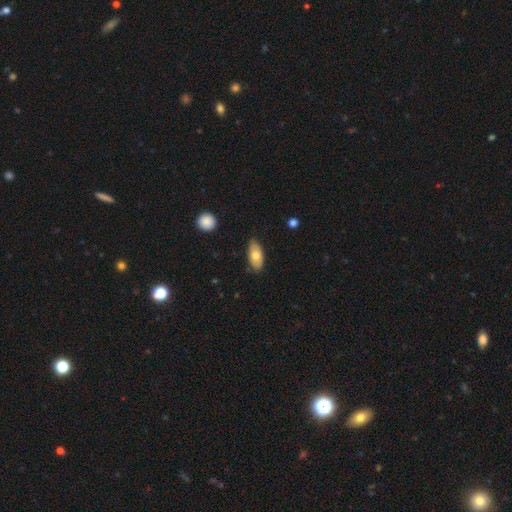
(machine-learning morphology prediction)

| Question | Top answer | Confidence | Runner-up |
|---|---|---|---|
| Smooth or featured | smooth | 74% | featured or disk (20%) |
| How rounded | in between | 90% | cigar-shaped (7%) |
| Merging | none | 76% | minor disturbance (20%) |